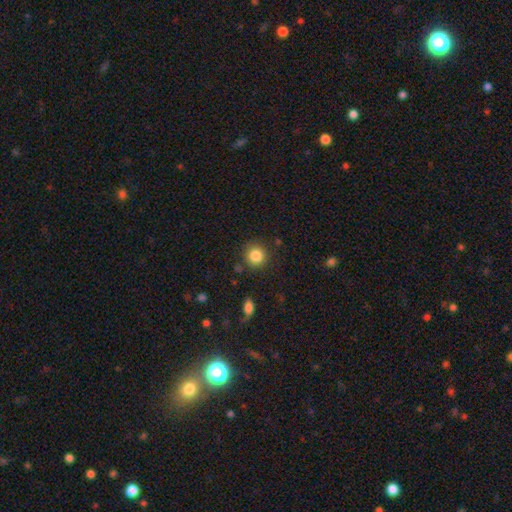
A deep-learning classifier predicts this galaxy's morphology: Smooth or featured? Predicted: smooth (p=0.85). How rounded? Predicted: round (p=0.91). Merging? Predicted: none (p=0.86).